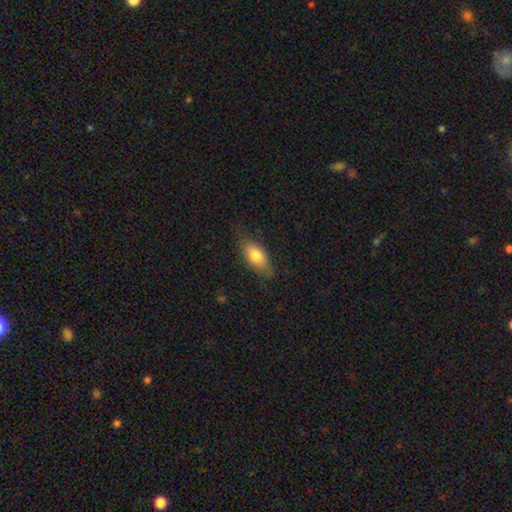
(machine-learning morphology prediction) Smooth or featured? Predicted: smooth (p=0.75). How rounded? Predicted: in between (p=0.83). Merging? Predicted: none (p=0.73).